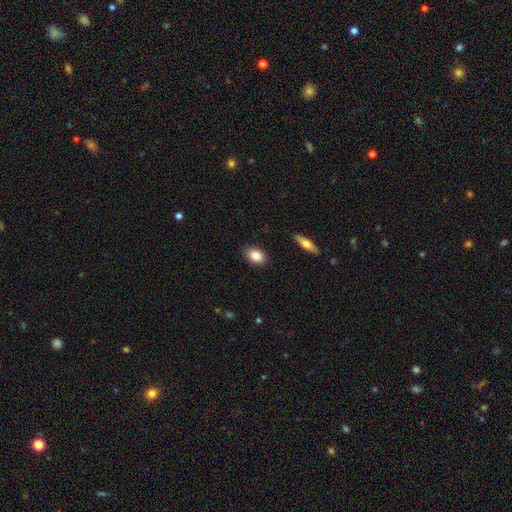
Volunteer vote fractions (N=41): Morphology: type=smooth (83%); roundness=in between (71%); merging=none (89%).